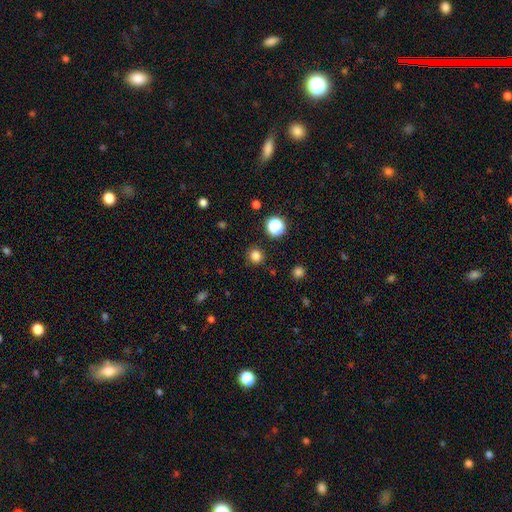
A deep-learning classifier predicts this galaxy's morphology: type=smooth (81%); roundness=round (91%); merging=none (89%).